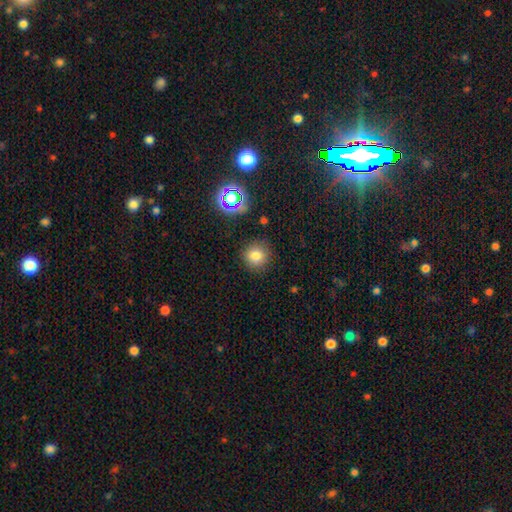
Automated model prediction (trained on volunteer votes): A smooth galaxy with no disk features (78%) that is round (92%).

Vote fractions:
- Smooth or featured? smooth: 78% / star or artifact: 15% / featured or disk: 7%
- How rounded? round: 92% / in between: 7% / cigar-shaped: 1%
- Merging? none: 87% / minor disturbance: 8% / major disturbance: 3% / merger: 2%